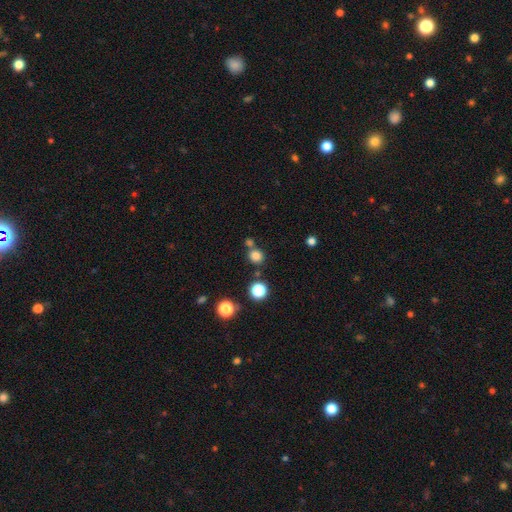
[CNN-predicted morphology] This appears to be a smooth galaxy with no disk features (79%) that is round (88%). Merging: none (71%).